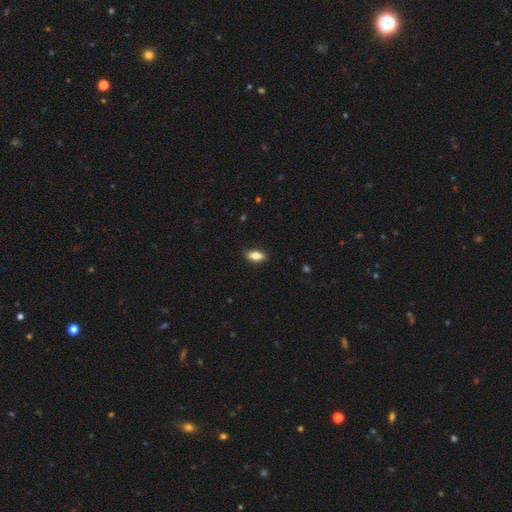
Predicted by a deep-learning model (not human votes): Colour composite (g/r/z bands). It shows a smooth galaxy with no disk features (84%) that is in between round and cigar-shaped (86%). Merging: none (83%).